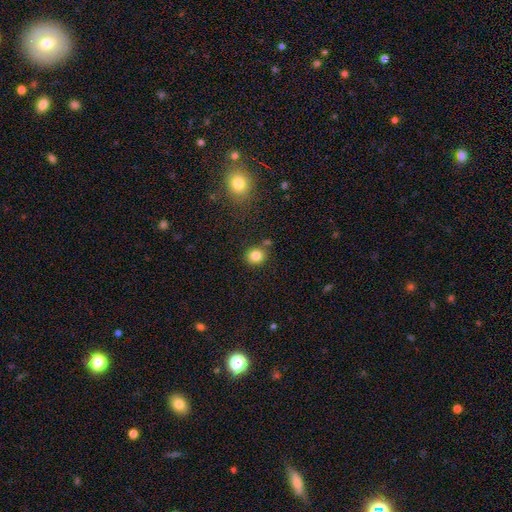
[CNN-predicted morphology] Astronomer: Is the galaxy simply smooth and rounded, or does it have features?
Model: smooth — 84%.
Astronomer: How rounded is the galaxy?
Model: round — 83%.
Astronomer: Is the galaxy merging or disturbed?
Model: none — 81%.